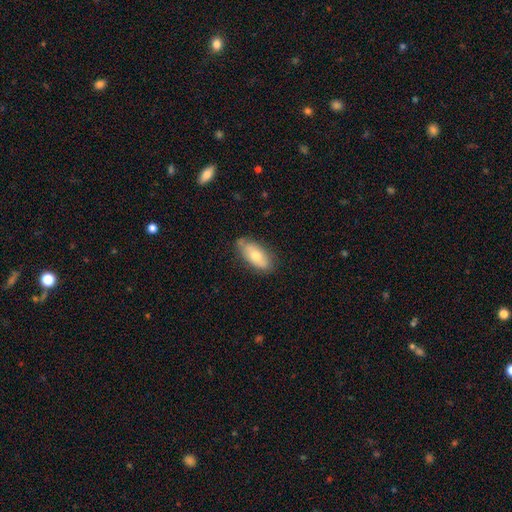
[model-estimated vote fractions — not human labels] Smooth or featured: smooth — 63% (featured or disk — 31%)
How rounded: in between — 86% (cigar-shaped — 11%)
Merging: none — 73% (minor disturbance — 21%)